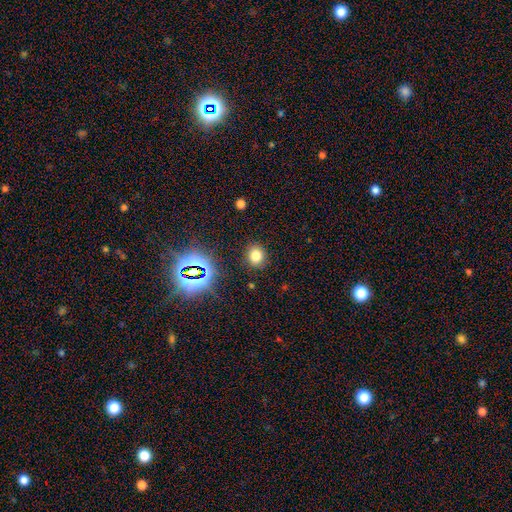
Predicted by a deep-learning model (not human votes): This is likely a smooth galaxy (74%). How rounded: likely round (61%). Merging: clearly none (87%).